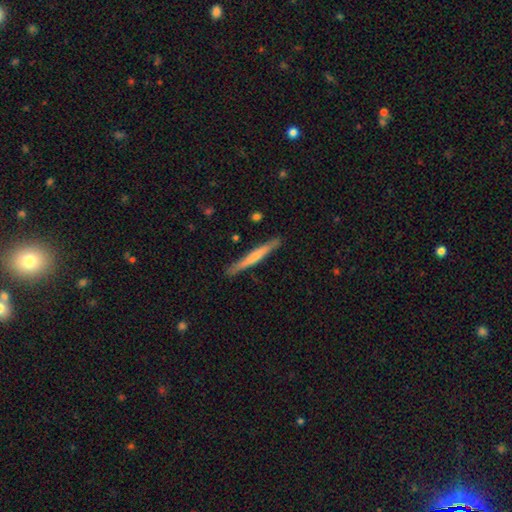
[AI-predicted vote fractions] Smooth or featured: smooth — 51% (featured or disk — 44%)
How rounded: cigar-shaped — 96% (in between — 2%)
Merging: none — 87% (minor disturbance — 9%)